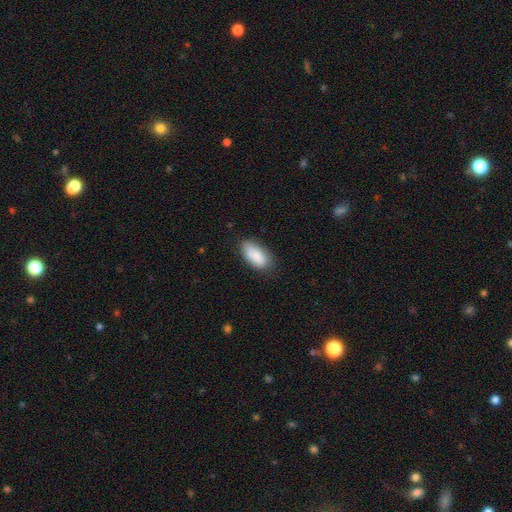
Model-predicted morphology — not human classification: This is clearly a smooth galaxy (86%). How rounded: clearly in between (92%). Merging: likely none (75%).